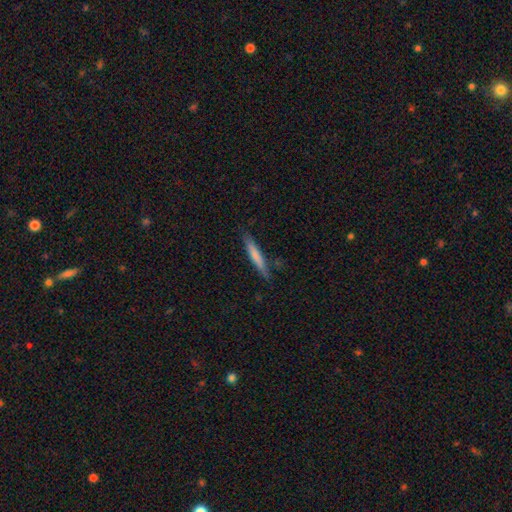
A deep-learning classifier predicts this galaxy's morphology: Smooth or featured?
  - smooth: 70% *
  - featured or disk: 24%
  - star or artifact: 6%
How rounded?
  - cigar-shaped: 93% *
  - in between: 5%
  - round: 1%
Merging?
  - none: 82% *
  - minor disturbance: 14%
  - major disturbance: 2%
  - merger: 2%